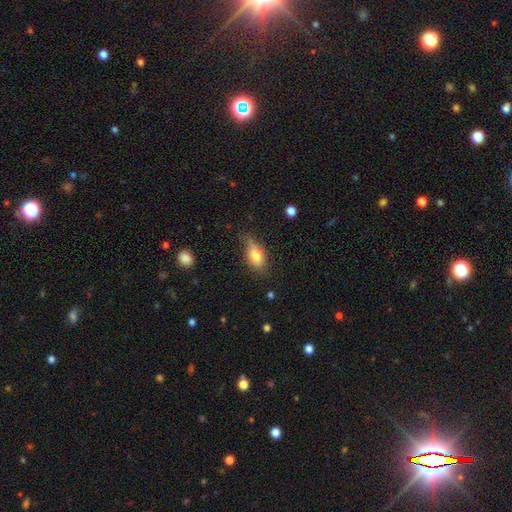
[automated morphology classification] smooth_or_featured: smooth (p=0.76) [alt: featured or disk p=0.16]
how_rounded: in between (p=0.85) [alt: round p=0.07]
merging: none (p=0.50) [alt: minor disturbance p=0.36]